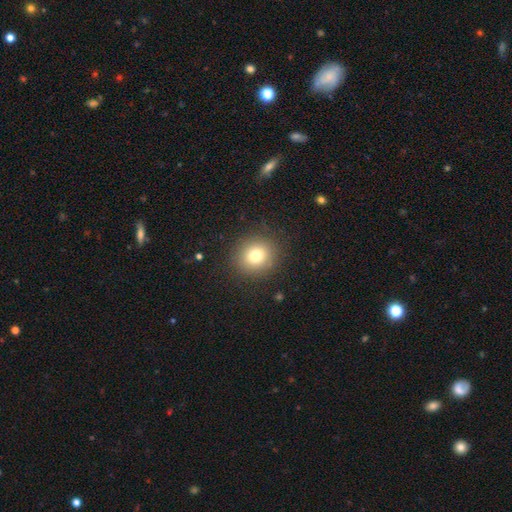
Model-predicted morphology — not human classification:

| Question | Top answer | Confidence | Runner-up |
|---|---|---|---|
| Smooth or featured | smooth | 77% | star or artifact (13%) |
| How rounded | round | 87% | in between (12%) |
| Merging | none | 88% | minor disturbance (8%) |